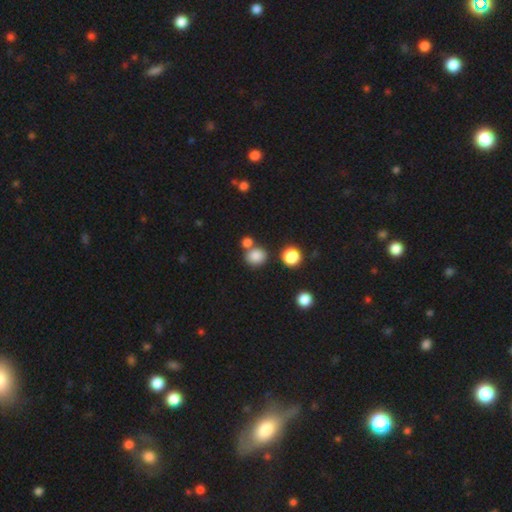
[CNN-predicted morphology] Smooth or featured? smooth (82%)
How rounded? round (71%)
Merging? none (63%)